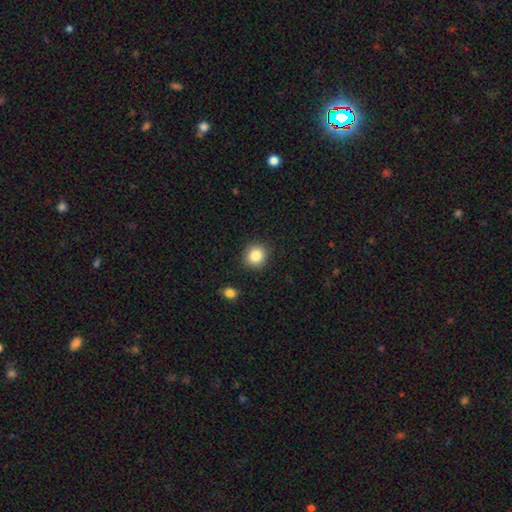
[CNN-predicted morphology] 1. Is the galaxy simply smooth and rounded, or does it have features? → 85% smooth, 10% star or artifact, 5% featured or disk.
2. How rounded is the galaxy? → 89% round, 10% in between, 1% cigar-shaped.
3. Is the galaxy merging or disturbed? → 89% none, 7% minor disturbance, 2% major disturbance, 2% merger.